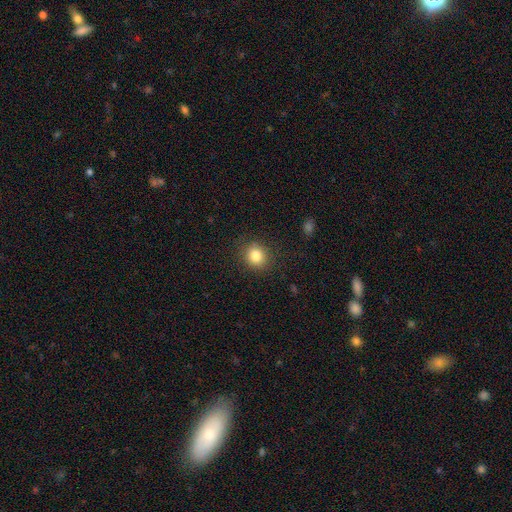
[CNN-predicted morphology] Q: Smooth or featured?
A: smooth (83%); runner-up: star or artifact (11%)
Q: How rounded?
A: round (77%); runner-up: in between (22%)
Q: Merging?
A: none (87%); runner-up: minor disturbance (9%)